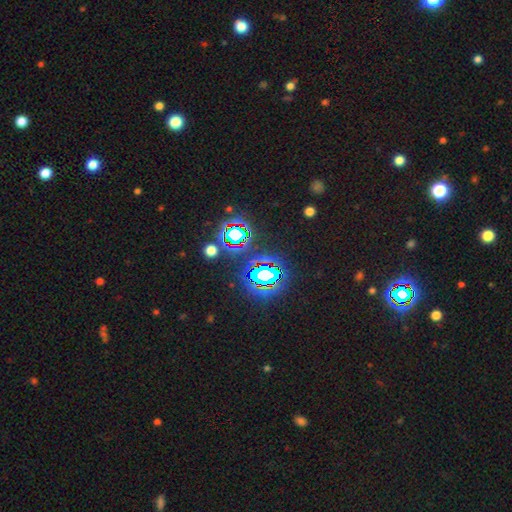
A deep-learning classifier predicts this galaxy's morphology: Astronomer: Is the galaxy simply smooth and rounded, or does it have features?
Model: star or artifact — 82%.